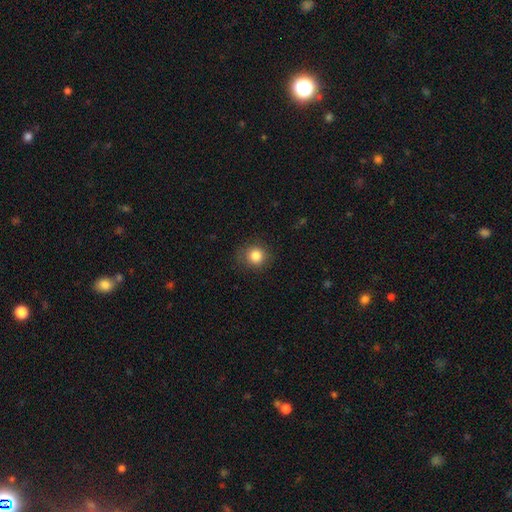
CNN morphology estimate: A smooth galaxy with no disk features (84%) that is round (89%).

Vote fractions:
- Smooth or featured? smooth: 84% / star or artifact: 11% / featured or disk: 5%
- How rounded? round: 89% / in between: 10% / cigar-shaped: 1%
- Merging? none: 84% / minor disturbance: 11% / major disturbance: 4% / merger: 1%